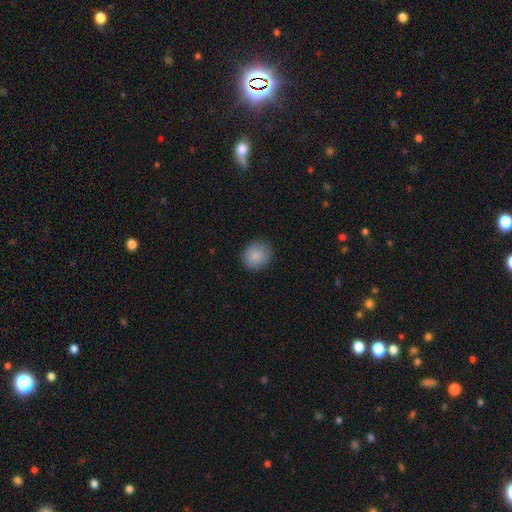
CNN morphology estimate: smooth 86%, star or artifact 8%, featured or disk 6%. Down the decision tree: how rounded — round (72%); merging — none (84%).